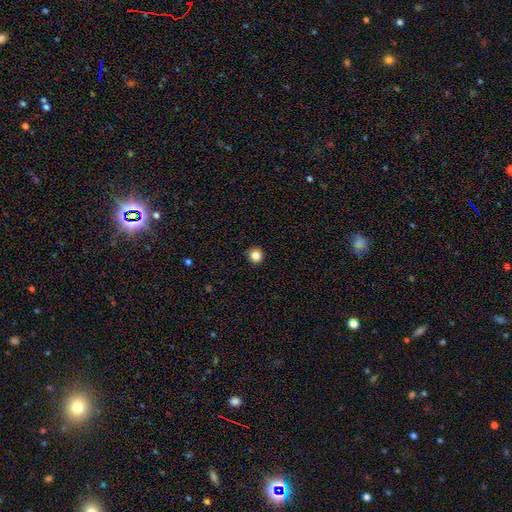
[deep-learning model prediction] Smooth or featured?
  - smooth: 84% *
  - star or artifact: 11%
  - featured or disk: 4%
How rounded?
  - round: 94% *
  - in between: 5%
  - cigar-shaped: 1%
Merging?
  - none: 90% *
  - minor disturbance: 8%
  - major disturbance: 2%
  - merger: 1%